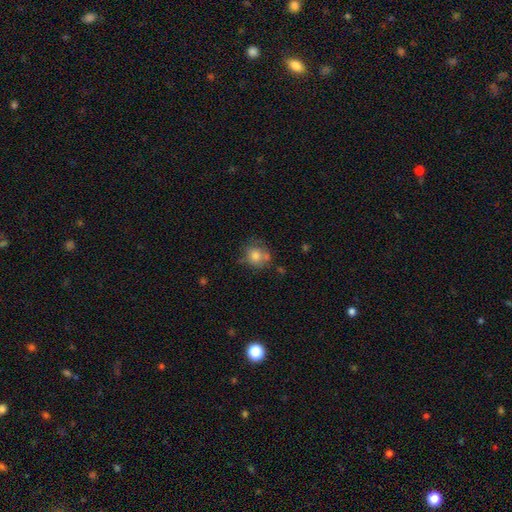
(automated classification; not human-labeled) Q: Smooth or featured?
A: smooth (74%); runner-up: featured or disk (15%)
Q: How rounded?
A: round (75%); runner-up: in between (24%)
Q: Merging?
A: none (56%); runner-up: minor disturbance (22%)